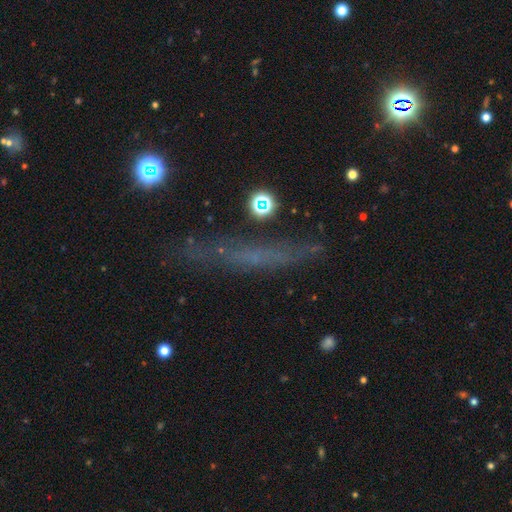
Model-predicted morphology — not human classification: This appears to be a featured or disk galaxy (41%). Merging: none (73%).